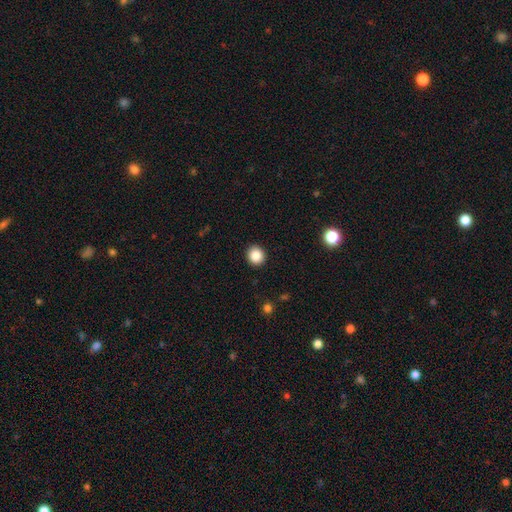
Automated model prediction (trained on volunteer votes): A smooth galaxy with no disk features (86%) that is round (86%). Merging: none (92%).